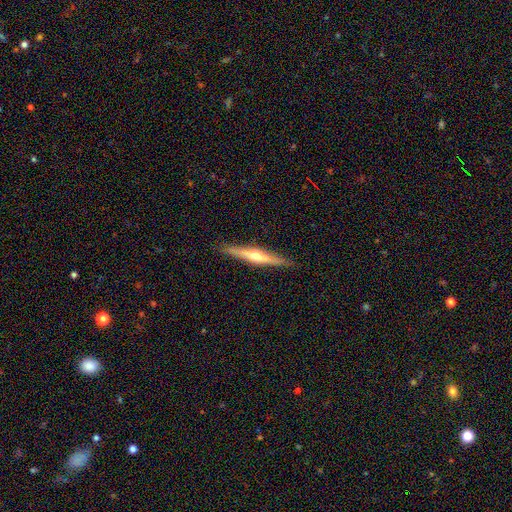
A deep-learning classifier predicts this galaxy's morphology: featured or disk 70%, smooth 25%, star or artifact 6%. Down the decision tree: edge-on disk — yes (97%); edge-on bulge — rounded (89%); merging — none (90%).